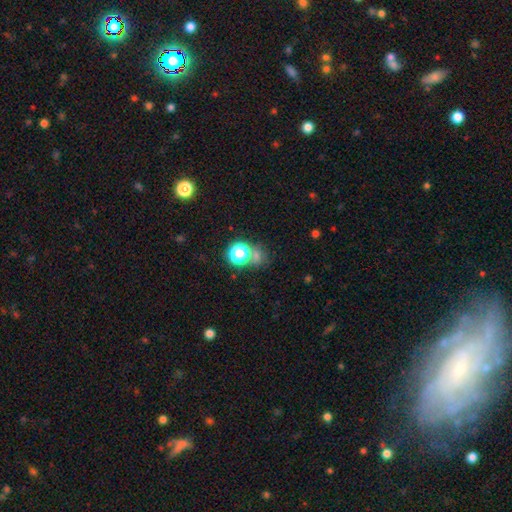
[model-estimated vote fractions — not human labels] A star or artifact, not a galaxy (50%).

Vote fractions:
- Smooth or featured? star or artifact: 50% / smooth: 41% / featured or disk: 9%